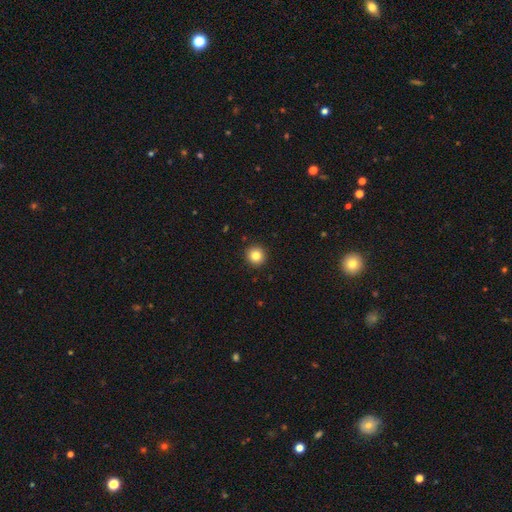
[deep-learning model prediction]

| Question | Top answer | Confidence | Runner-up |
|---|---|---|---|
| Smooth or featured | smooth | 83% | star or artifact (11%) |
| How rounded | round | 95% | in between (4%) |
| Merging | none | 93% | minor disturbance (4%) |